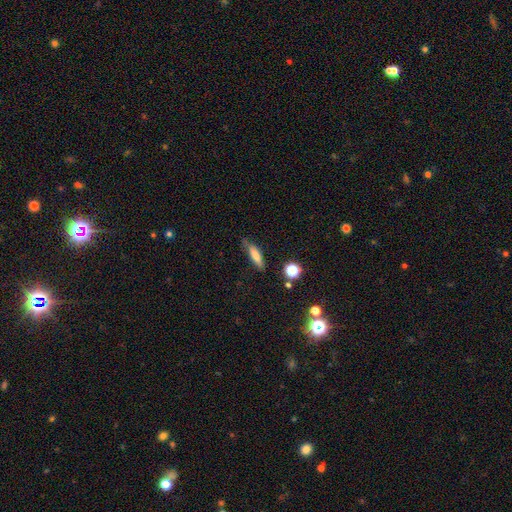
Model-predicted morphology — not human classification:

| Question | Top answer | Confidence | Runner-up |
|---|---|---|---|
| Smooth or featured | smooth | 70% | featured or disk (20%) |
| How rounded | cigar-shaped | 69% | in between (29%) |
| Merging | none | 72% | minor disturbance (20%) |